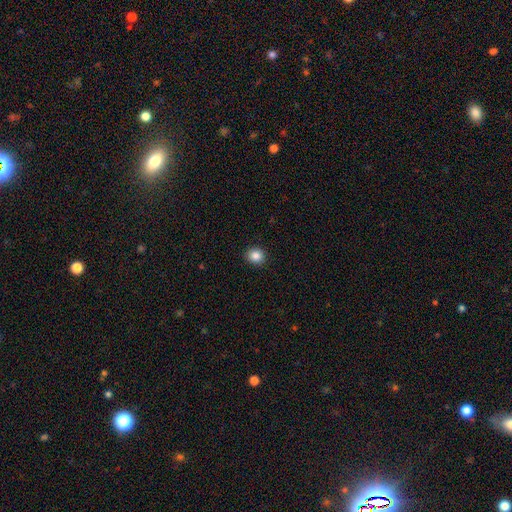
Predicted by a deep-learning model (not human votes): smooth_or_featured: smooth (p=0.86) [alt: star or artifact p=0.10]
how_rounded: round (p=0.78) [alt: in between p=0.21]
merging: none (p=0.92) [alt: minor disturbance p=0.06]